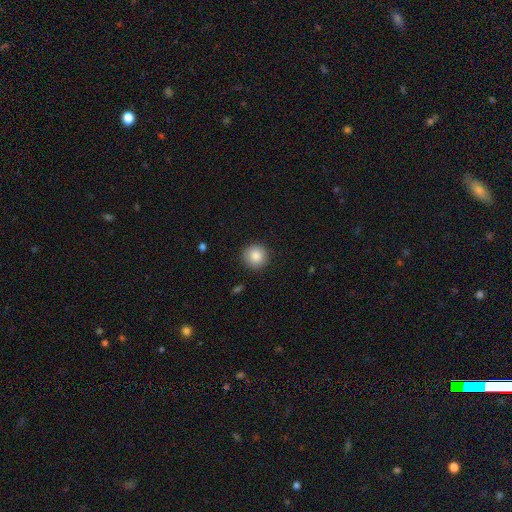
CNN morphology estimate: Smooth or featured? smooth (86%)
How rounded? round (94%)
Merging? none (90%)